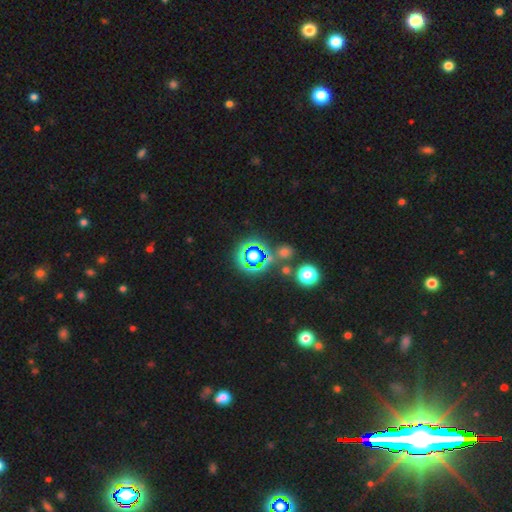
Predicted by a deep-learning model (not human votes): Smooth or featured? star or artifact (59%)